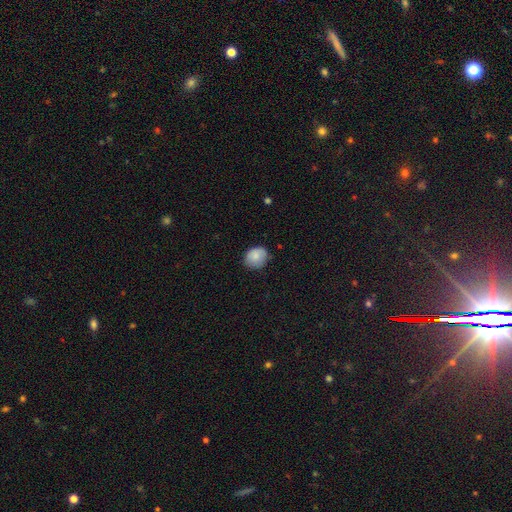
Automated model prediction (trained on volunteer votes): Morphology: type=smooth (84%); roundness=round (62%); merging=none (72%).